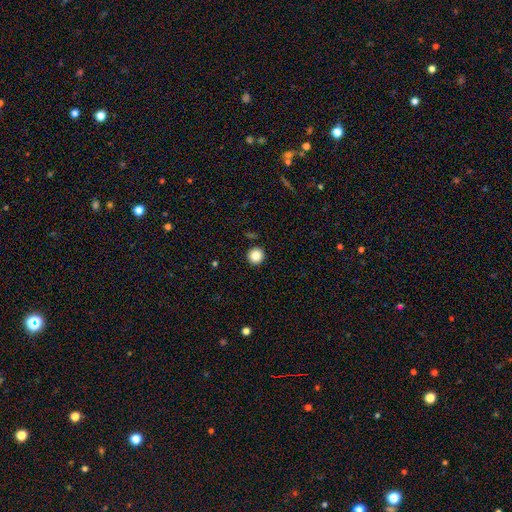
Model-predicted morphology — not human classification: smooth_or_featured: smooth (p=0.85) [alt: star or artifact p=0.10]
how_rounded: round (p=0.95) [alt: in between p=0.04]
merging: none (p=0.92) [alt: minor disturbance p=0.05]